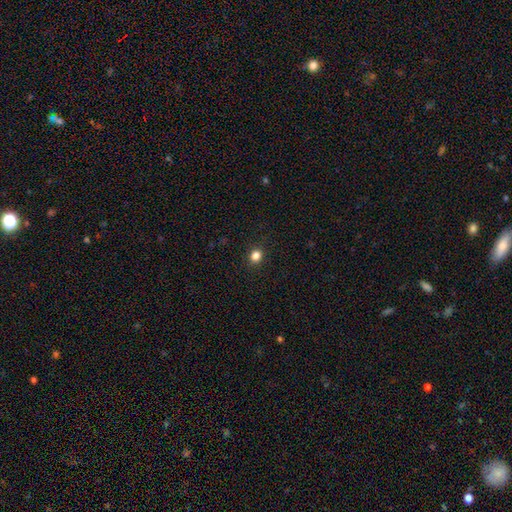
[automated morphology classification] Q: Smooth or featured?
A: smooth (83%); runner-up: star or artifact (13%)
Q: How rounded?
A: round (75%); runner-up: in between (24%)
Q: Merging?
A: none (91%); runner-up: minor disturbance (6%)